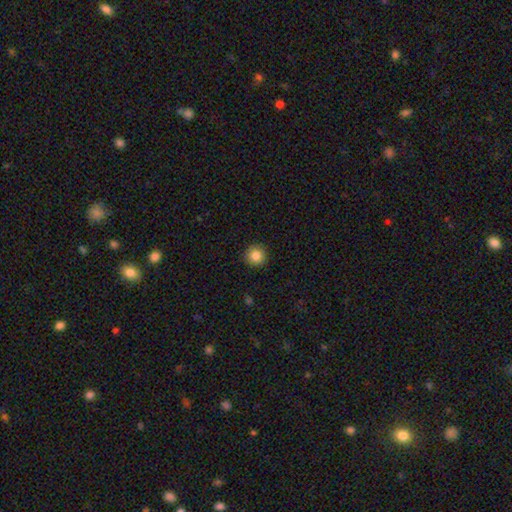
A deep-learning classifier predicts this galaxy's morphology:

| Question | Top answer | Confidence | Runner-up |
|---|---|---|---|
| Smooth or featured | smooth | 85% | star or artifact (10%) |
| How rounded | round | 95% | in between (4%) |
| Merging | none | 91% | minor disturbance (6%) |